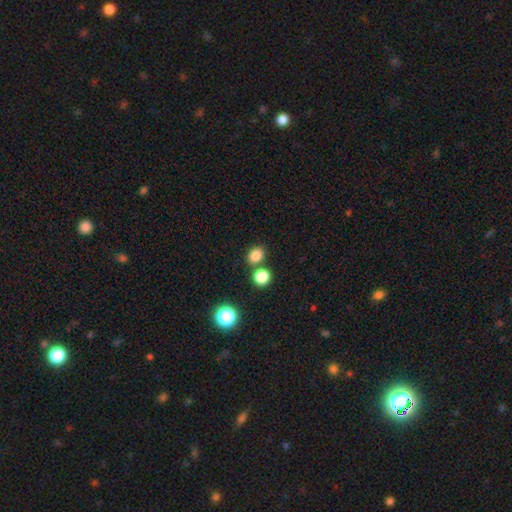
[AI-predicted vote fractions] A smooth galaxy with no disk features (82%) that is round (61%). Merging: none (71%).